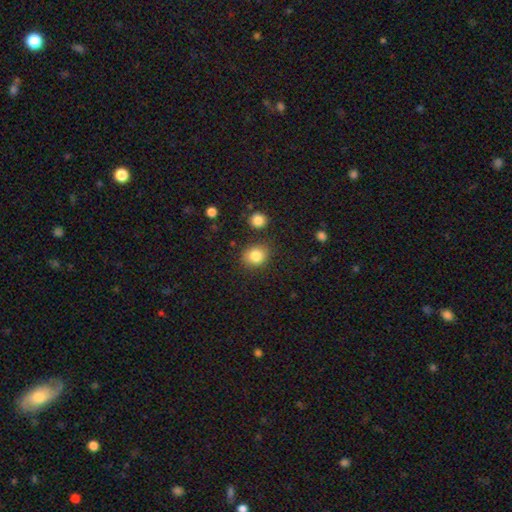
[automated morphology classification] Smooth or featured? smooth (84%)
How rounded? round (68%)
Merging? none (79%)